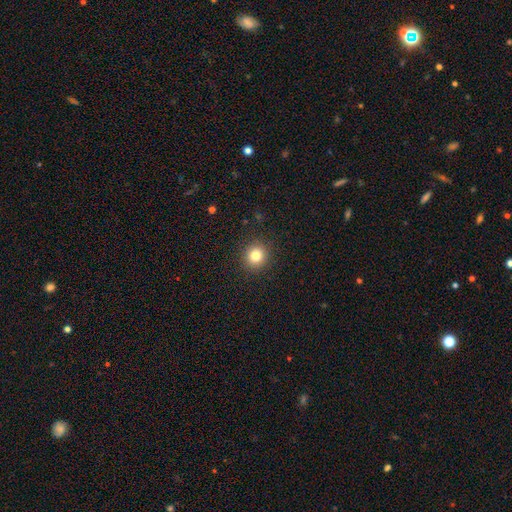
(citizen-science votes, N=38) smooth-or-featured: smooth: 82% | star or artifact: 11% | featured or disk: 8%
  how-rounded: round: 90% | in between: 10% | cigar-shaped: 0%
  merging: none: 97% | major disturbance: 3% | minor disturbance: 0% | merger: 0%